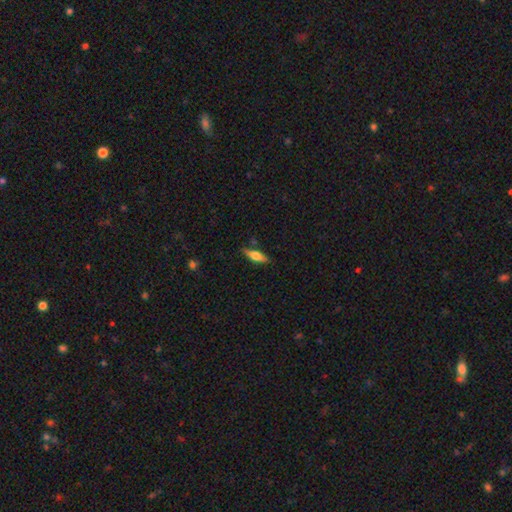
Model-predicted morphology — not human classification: Smooth or featured: smooth — 49% (featured or disk — 45%)
Merging: none — 82% (minor disturbance — 12%)